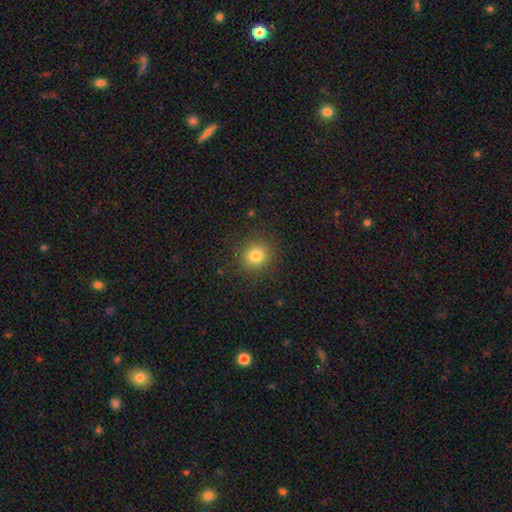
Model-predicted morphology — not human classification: type=smooth (81%); roundness=round (91%); merging=none (89%).